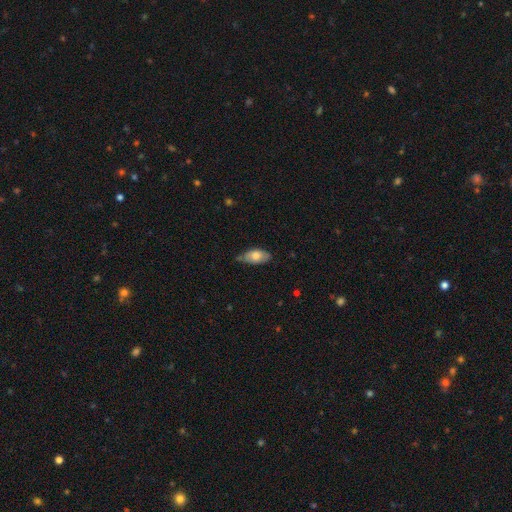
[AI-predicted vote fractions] The model was most divided on "merging": none: 62%, minor disturbance: 31%, major disturbance: 5%, merger: 2%. More confident: how rounded — in between (91%); smooth or featured — smooth (69%).